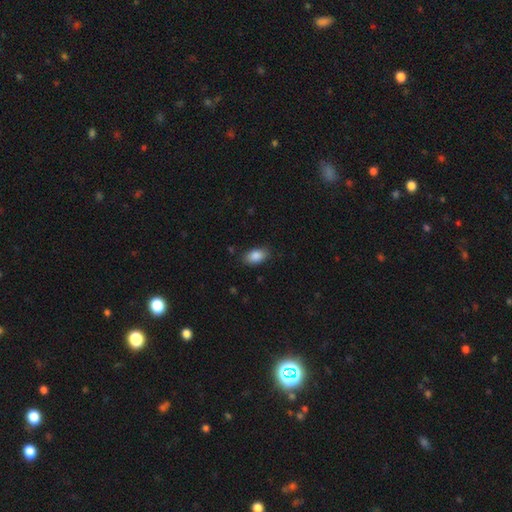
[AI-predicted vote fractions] Smooth or featured?
  - smooth: 87% *
  - star or artifact: 8%
  - featured or disk: 6%
How rounded?
  - in between: 91% *
  - round: 6%
  - cigar-shaped: 2%
Merging?
  - none: 84% *
  - minor disturbance: 12%
  - major disturbance: 3%
  - merger: 1%